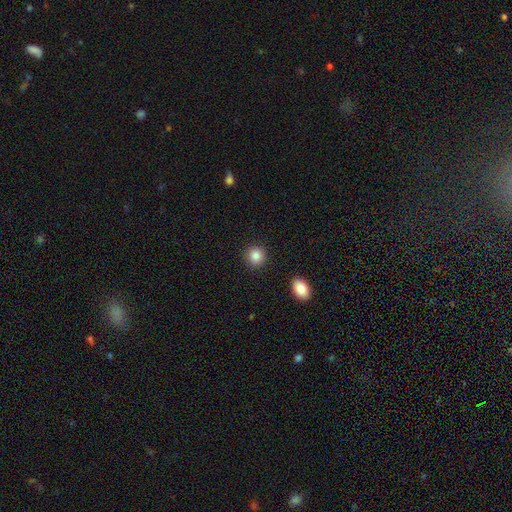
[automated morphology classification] The model was most divided on "smooth or featured": smooth: 86%, star or artifact: 9%, featured or disk: 5%. More confident: merging — none (90%); how rounded — round (90%).